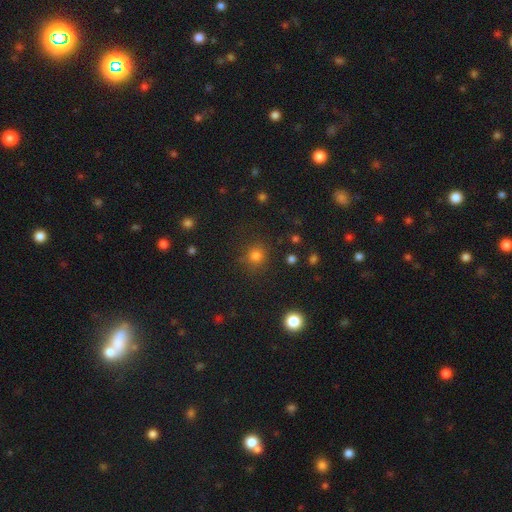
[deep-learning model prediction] Smooth or featured: smooth — 79% (star or artifact — 16%)
How rounded: round — 91% (in between — 8%)
Merging: none — 85% (minor disturbance — 9%)